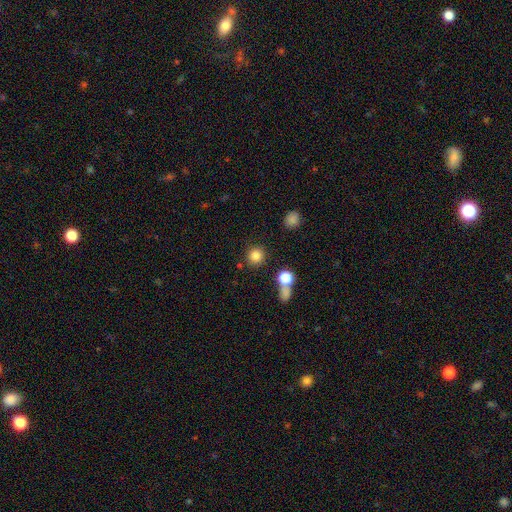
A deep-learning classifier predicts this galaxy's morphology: A smooth galaxy with no disk features (83%) that is round (93%).

Vote fractions:
- Smooth or featured? smooth: 83% / star or artifact: 12% / featured or disk: 6%
- How rounded? round: 93% / in between: 6% / cigar-shaped: 1%
- Merging? none: 84% / minor disturbance: 7% / merger: 6% / major disturbance: 3%